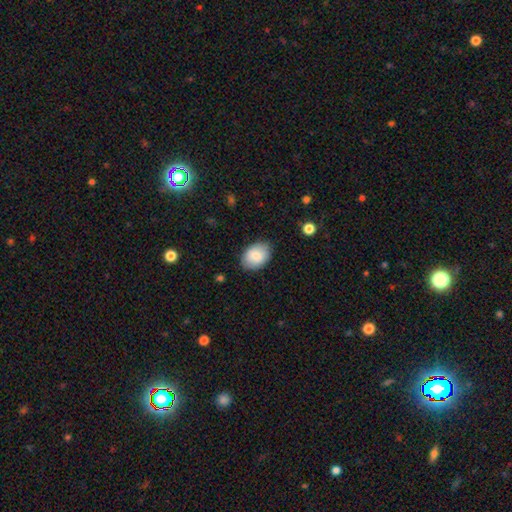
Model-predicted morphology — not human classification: Smooth or featured?
  - smooth: 83% *
  - featured or disk: 10%
  - star or artifact: 7%
How rounded?
  - in between: 81% *
  - round: 18%
  - cigar-shaped: 1%
Merging?
  - none: 83% *
  - minor disturbance: 13%
  - major disturbance: 3%
  - merger: 1%